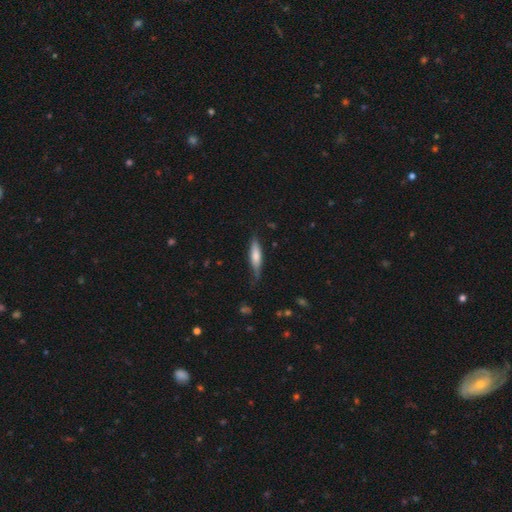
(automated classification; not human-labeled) Smooth or featured? smooth (63%)
How rounded? cigar-shaped (75%)
Merging? none (69%)